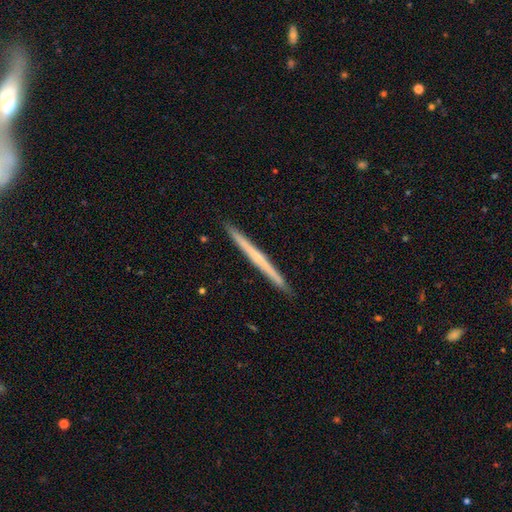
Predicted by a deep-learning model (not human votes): The model was most divided on "smooth or featured": featured or disk: 54%, smooth: 41%, star or artifact: 5%. More confident: edge-on disk — yes (98%); merging — none (93%); edge-on bulge — none (83%).